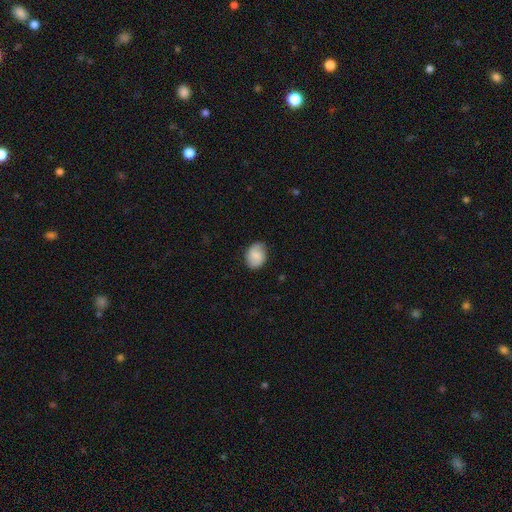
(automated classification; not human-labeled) A smooth galaxy with no disk features (69%) that is in between round and cigar-shaped (56%). Merging: none (80%).